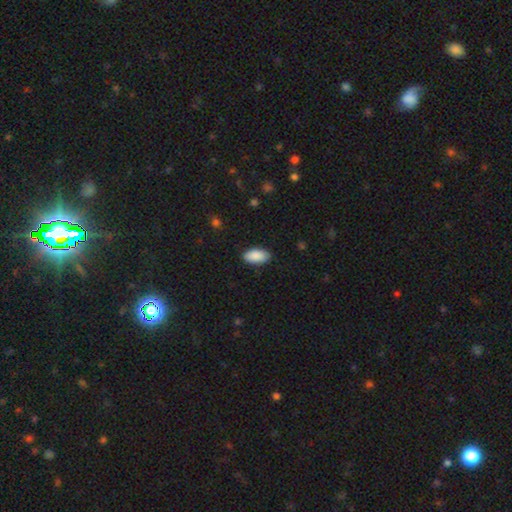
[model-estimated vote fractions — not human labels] This is clearly a smooth galaxy (90%). How rounded: clearly in between (94%). Merging: clearly none (88%).